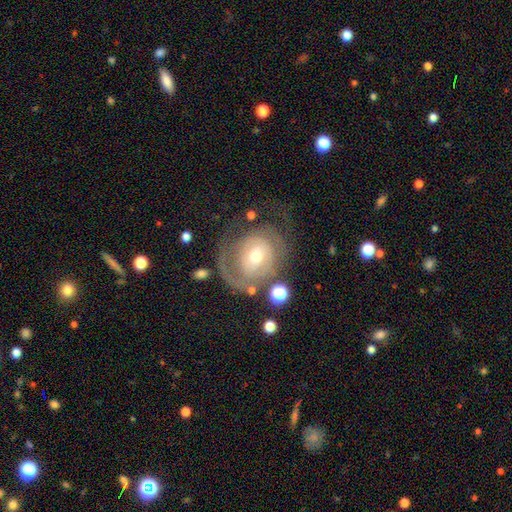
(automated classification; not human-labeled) A featured or disk galaxy (72%) with no bar (66%), tight (60%) spiral arms (79%) and a moderate central bulge (53%). Merging: none (52%).